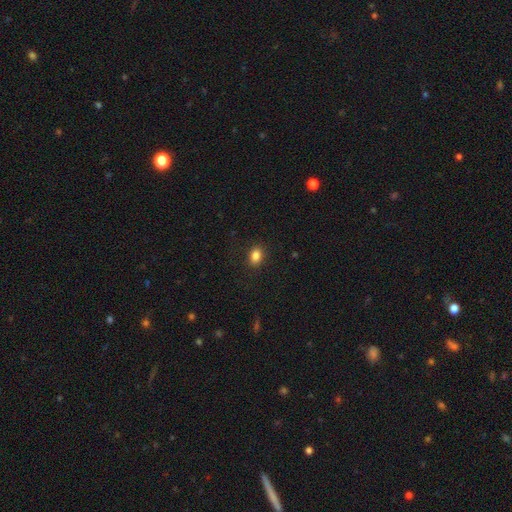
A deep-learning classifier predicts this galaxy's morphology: A smooth galaxy with no disk features (85%) that is in between round and cigar-shaped (73%). Merging: none (88%).